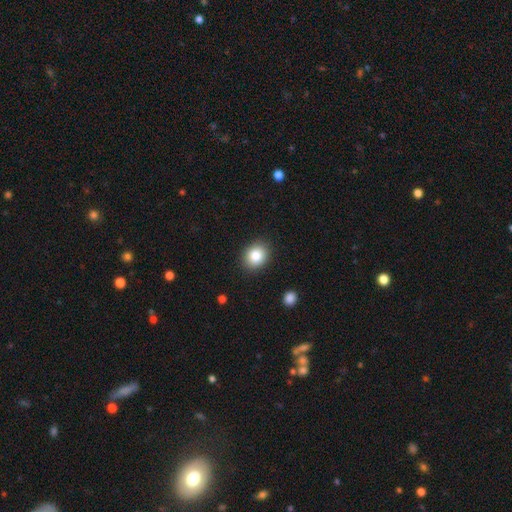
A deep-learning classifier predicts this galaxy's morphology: Overall: smooth (84%). How rounded: round (55%; in between 44%). Merging: none (88%).